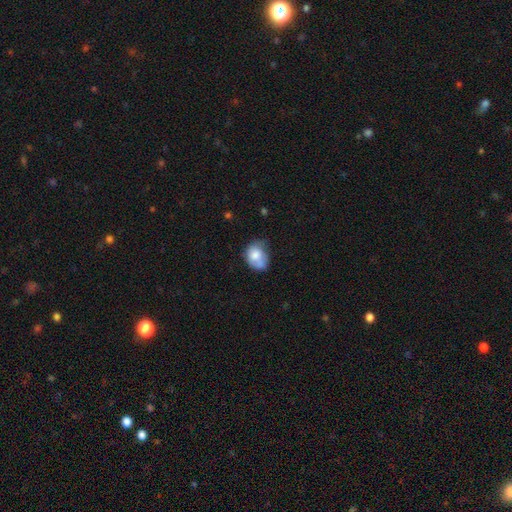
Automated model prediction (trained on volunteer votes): Smooth or featured? smooth (70%)
How rounded? in between (58%)
Merging? minor disturbance (37%, tied with none)